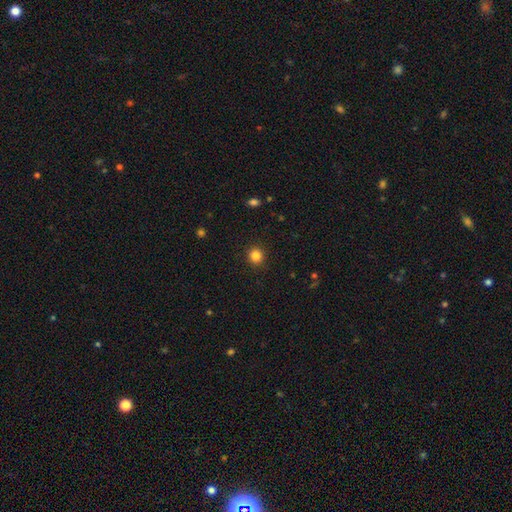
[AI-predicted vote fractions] Smooth or featured? smooth (85%)
How rounded? round (91%)
Merging? none (91%)